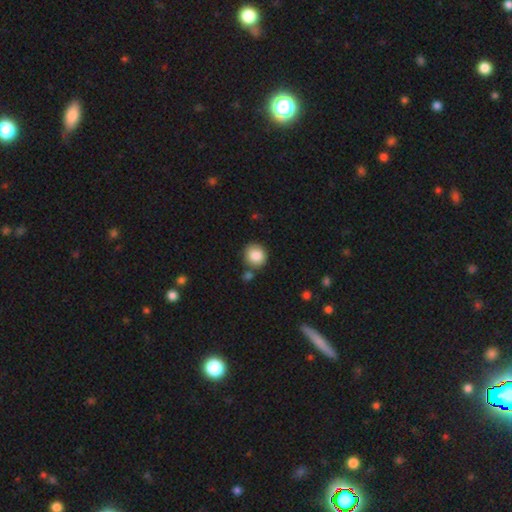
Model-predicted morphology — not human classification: Overall: smooth (86%). How rounded: round (85%). Merging: none (75%).